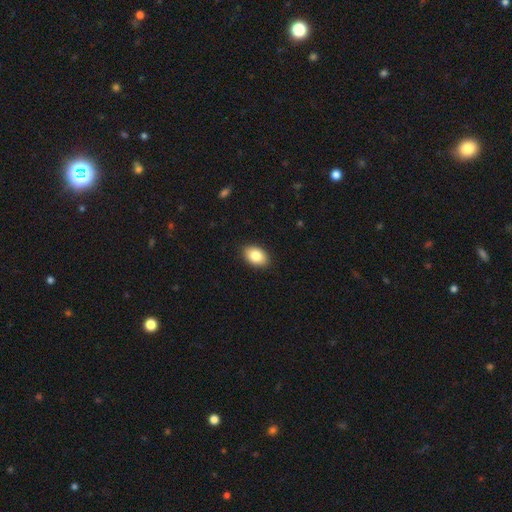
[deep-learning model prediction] smooth_or_featured: smooth (p=0.84) [alt: featured or disk p=0.08]
how_rounded: in between (p=0.86) [alt: round p=0.13]
merging: none (p=0.90) [alt: minor disturbance p=0.08]